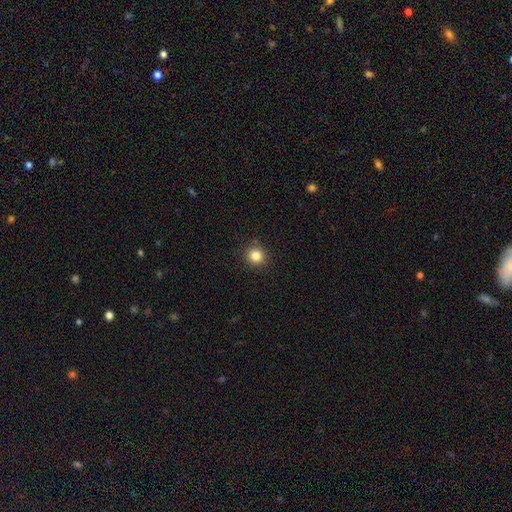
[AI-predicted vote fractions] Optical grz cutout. It shows a smooth galaxy with no disk features (83%) that is round (91%). Merging: none (89%).